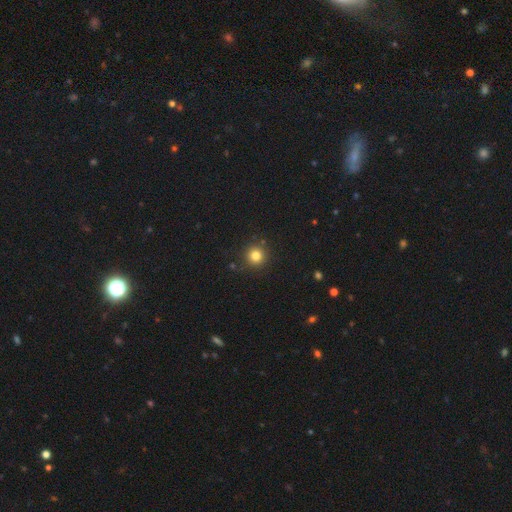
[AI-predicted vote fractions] Overall: smooth (81%). How rounded: round (95%). Merging: none (88%).